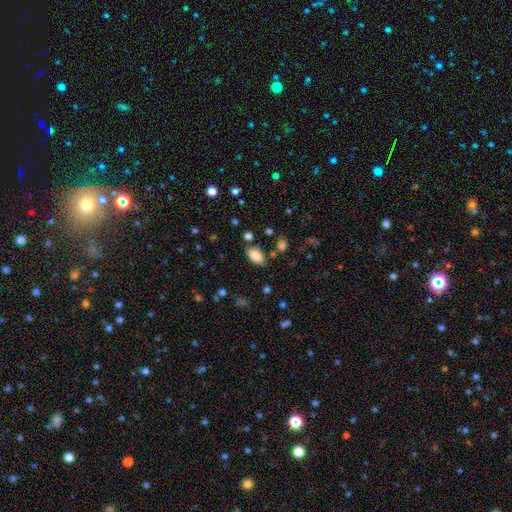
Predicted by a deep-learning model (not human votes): smooth_or_featured: smooth (p=0.86) [alt: star or artifact p=0.08]
how_rounded: in between (p=0.93) [alt: round p=0.04]
merging: none (p=0.79) [alt: minor disturbance p=0.13]